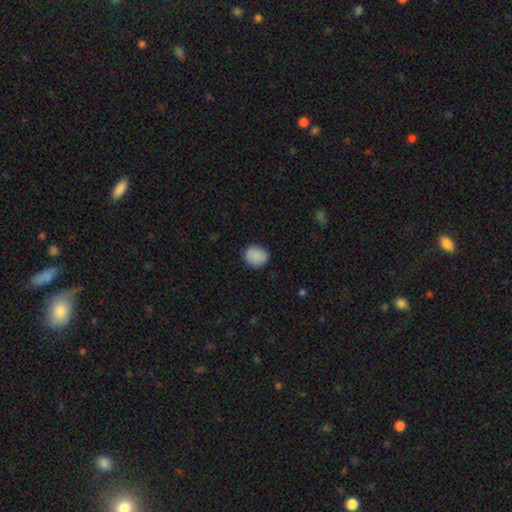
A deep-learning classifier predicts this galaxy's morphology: Q: Smooth or featured?
A: smooth (89%); runner-up: star or artifact (7%)
Q: How rounded?
A: round (75%); runner-up: in between (24%)
Q: Merging?
A: none (88%); runner-up: minor disturbance (9%)